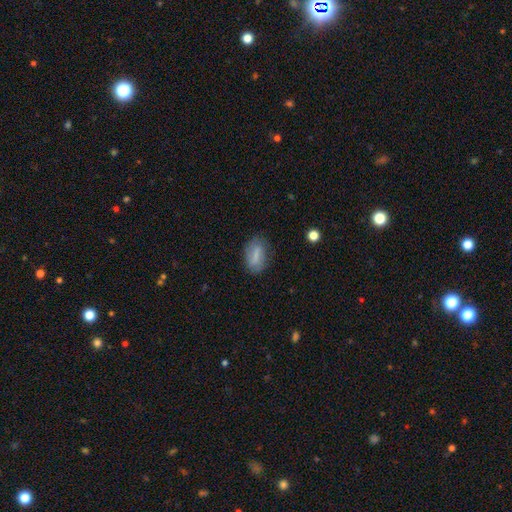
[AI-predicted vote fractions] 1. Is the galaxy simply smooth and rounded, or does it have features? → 67% smooth, 25% featured or disk, 8% star or artifact.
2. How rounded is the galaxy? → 86% in between, 7% round, 6% cigar-shaped.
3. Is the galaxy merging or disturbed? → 75% none, 18% minor disturbance, 5% major disturbance, 2% merger.